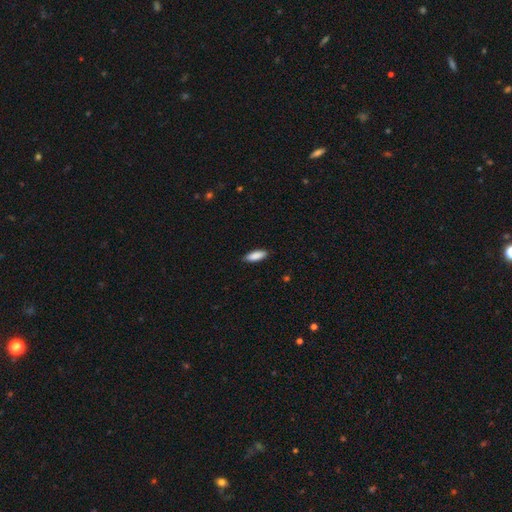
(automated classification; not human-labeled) This is clearly a smooth galaxy (88%). How rounded: likely in between (65%). Merging: clearly none (87%).